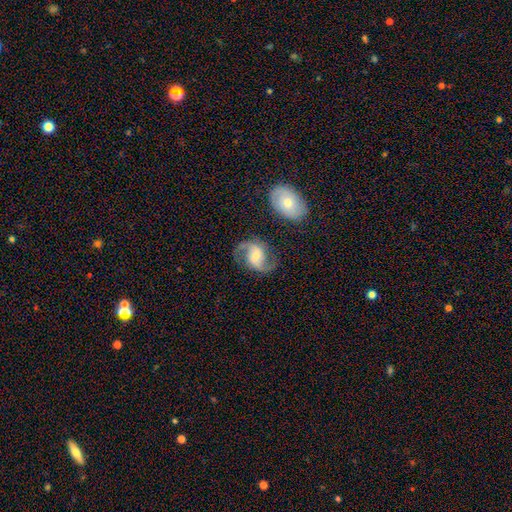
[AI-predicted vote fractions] Smooth or featured: featured or disk — 87% (smooth — 8%)
Edge-on disk: no — 98% (yes — 2%)
Bar: weak — 48% (no — 32%)
Spiral arms: yes — 97% (no — 3%)
Spiral winding: loose — 46% (medium — 45%)
Spiral arm count: 2 — 93% (1 — 2%)
Bulge size: moderate — 44% (small — 42%)
Merging: none — 73% (minor disturbance — 15%)